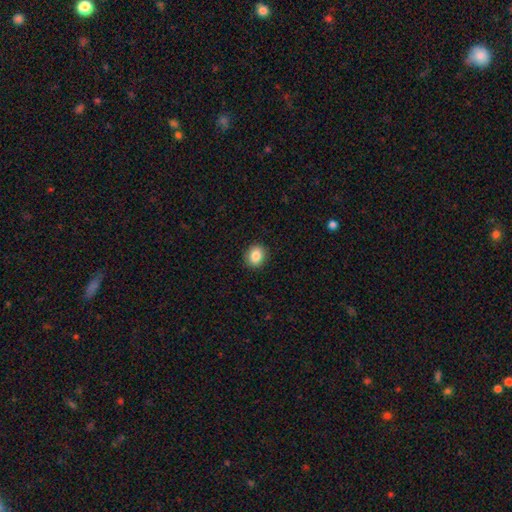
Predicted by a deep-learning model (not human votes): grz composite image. It shows a smooth galaxy with no disk features (86%) that is round (73%). Merging: none (91%).